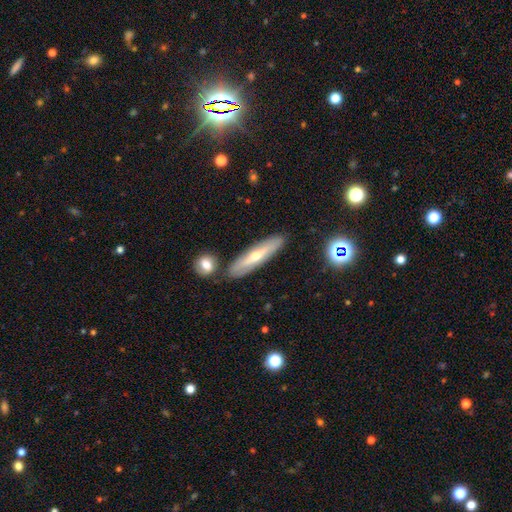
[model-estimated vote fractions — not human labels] This is possibly a featured or disk galaxy (53%). It is likely viewed edge-on (72%). Merging: clearly none (84%).